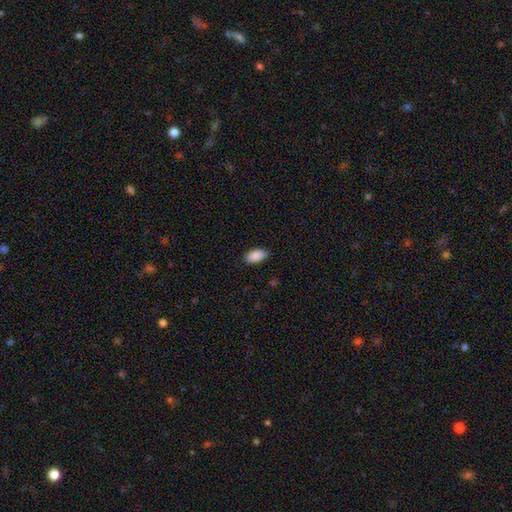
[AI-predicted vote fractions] This appears to be a smooth galaxy with no disk features (90%) that is in between round and cigar-shaped (94%). Merging: none (84%).